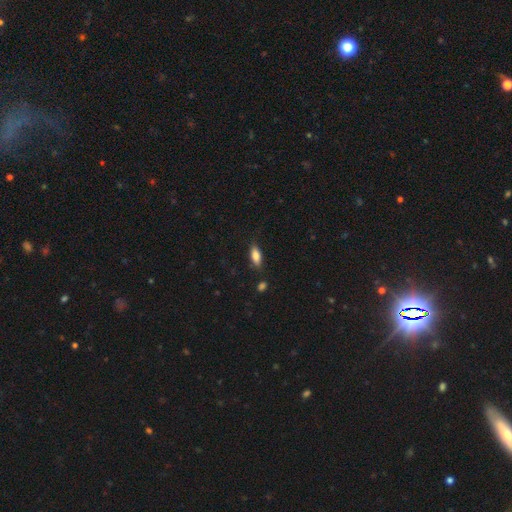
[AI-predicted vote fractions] Smooth or featured: smooth — 82% (featured or disk — 11%)
How rounded: in between — 74% (cigar-shaped — 24%)
Merging: none — 82% (minor disturbance — 13%)